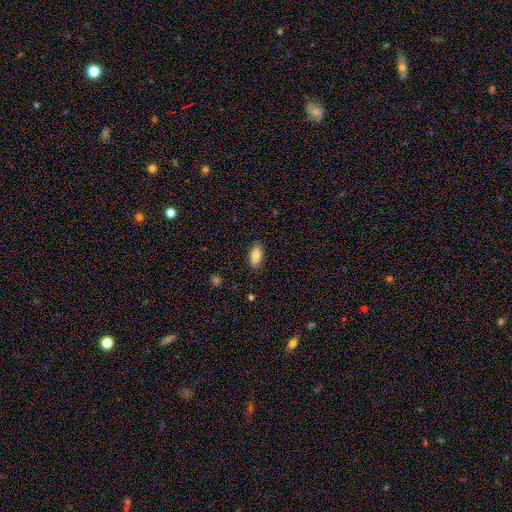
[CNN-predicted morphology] A smooth galaxy with no disk features (82%) that is in between round and cigar-shaped (90%).

Vote fractions:
- Smooth or featured? smooth: 82% / featured or disk: 11% / star or artifact: 7%
- How rounded? in between: 90% / cigar-shaped: 7% / round: 3%
- Merging? none: 86% / minor disturbance: 11% / major disturbance: 2% / merger: 1%